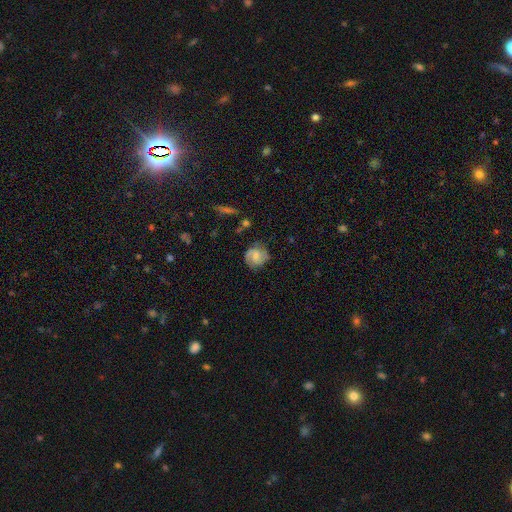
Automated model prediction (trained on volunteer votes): The model was most divided on "bulge size": small: 41%, moderate: 40%, none: 13%, large: 4%, dominant: 1%. Remaining: edge-on disk — no (97%); spiral arms — yes (90%); spiral arm count — 2 (71%); merging — none (71%); smooth or featured — featured or disk (58%); bar — no (57%); spiral winding — tight (43%).